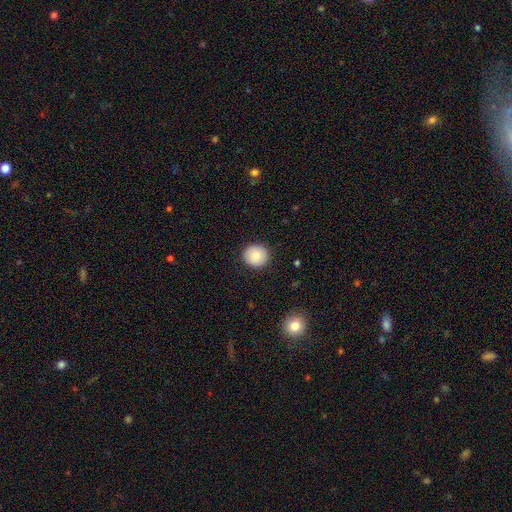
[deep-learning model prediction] Morphology: type=smooth (86%); roundness=round (91%); merging=none (90%).